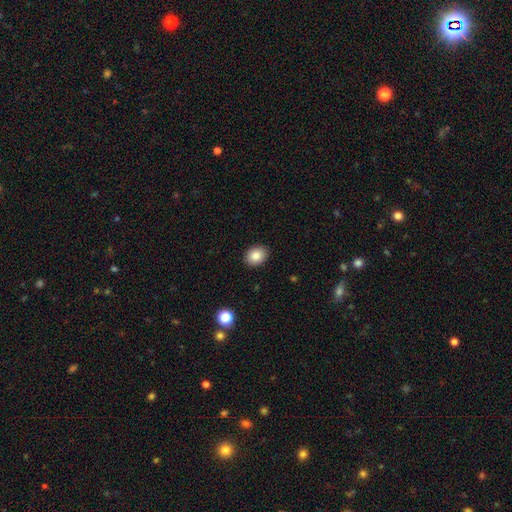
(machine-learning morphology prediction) This is clearly a smooth galaxy (84%). How rounded: possibly in between (52%). Merging: clearly none (90%).